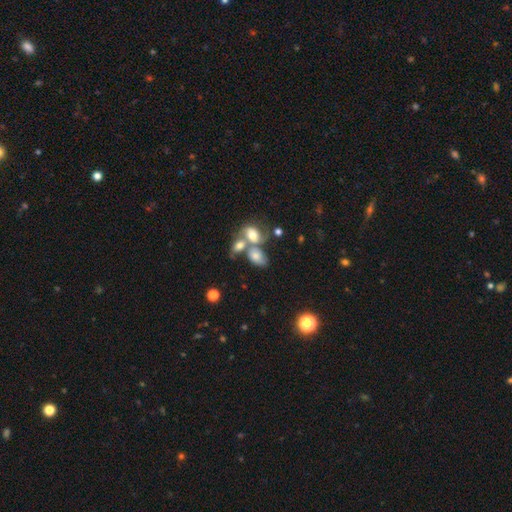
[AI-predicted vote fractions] Morphology: type=smooth (58%); roundness=in between (84%); merging=merger (62%).